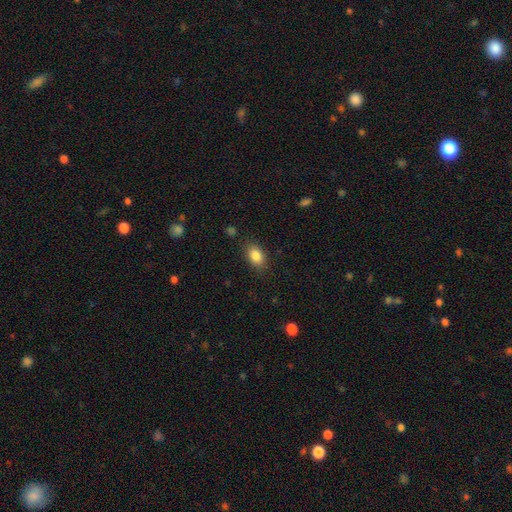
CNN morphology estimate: The model was most divided on "how rounded": in between: 85%, round: 13%, cigar-shaped: 2%. More confident: smooth or featured — smooth (85%); merging — none (85%).